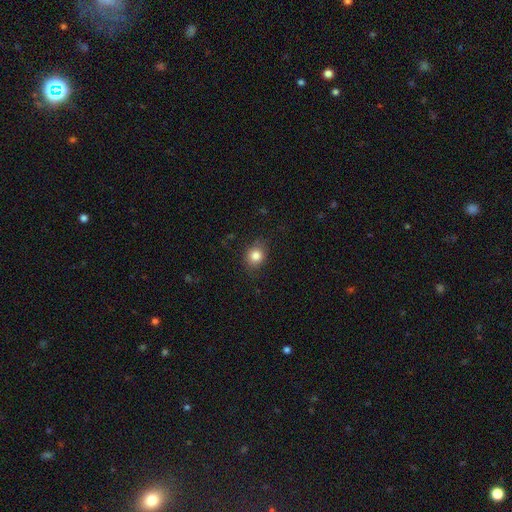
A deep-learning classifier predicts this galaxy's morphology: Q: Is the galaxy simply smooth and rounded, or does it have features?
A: smooth — 82%.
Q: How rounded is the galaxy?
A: round — 70%.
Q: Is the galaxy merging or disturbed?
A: none — 81%.